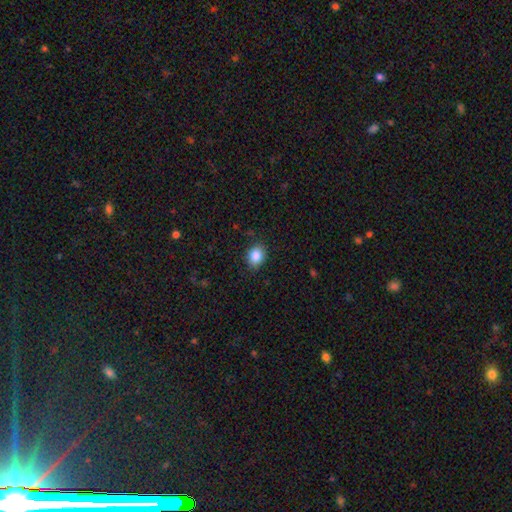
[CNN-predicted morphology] Smooth or featured: smooth — 87% (star or artifact — 9%)
How rounded: in between — 51% (round — 48%)
Merging: none — 84% (minor disturbance — 12%)